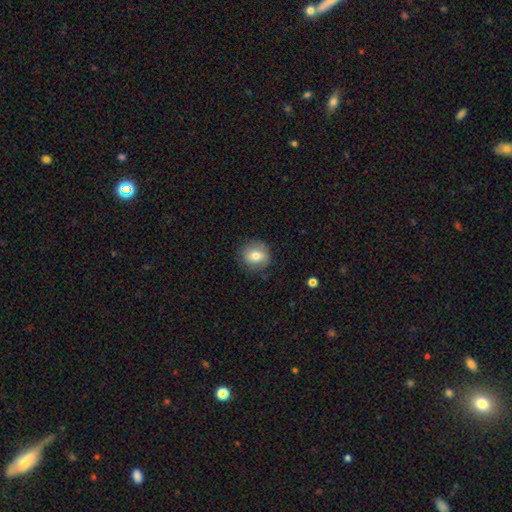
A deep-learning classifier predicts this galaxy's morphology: Smooth or featured? smooth (74%)
How rounded? round (83%)
Merging? none (84%)